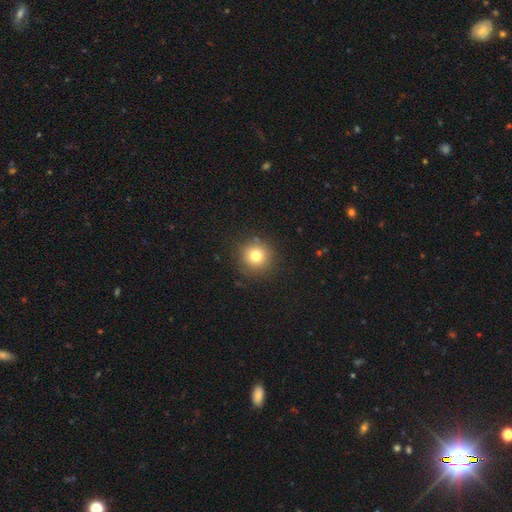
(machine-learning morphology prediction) Smooth or featured?
  - smooth: 78% *
  - star or artifact: 13%
  - featured or disk: 9%
How rounded?
  - round: 94% *
  - in between: 5%
  - cigar-shaped: 1%
Merging?
  - none: 88% *
  - minor disturbance: 8%
  - major disturbance: 3%
  - merger: 2%